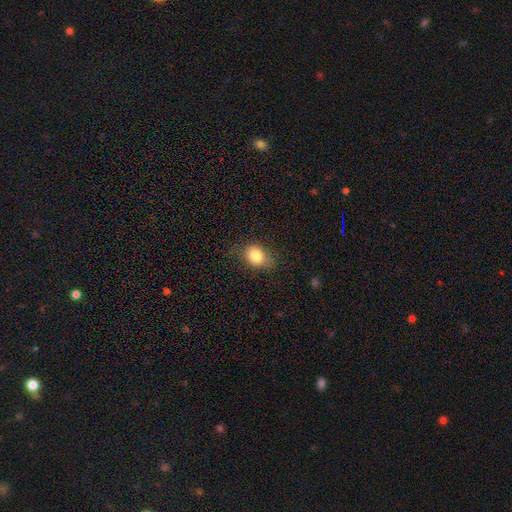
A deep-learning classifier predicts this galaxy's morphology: Overall: smooth (83%). How rounded: in between (61%; round 38%). Merging: none (69%).